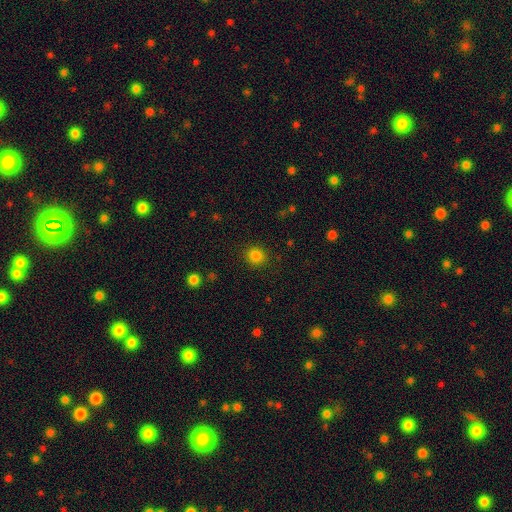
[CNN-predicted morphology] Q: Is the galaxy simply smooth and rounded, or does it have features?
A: smooth — 84%.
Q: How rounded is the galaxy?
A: round — 88%.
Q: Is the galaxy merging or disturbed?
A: none — 89%.